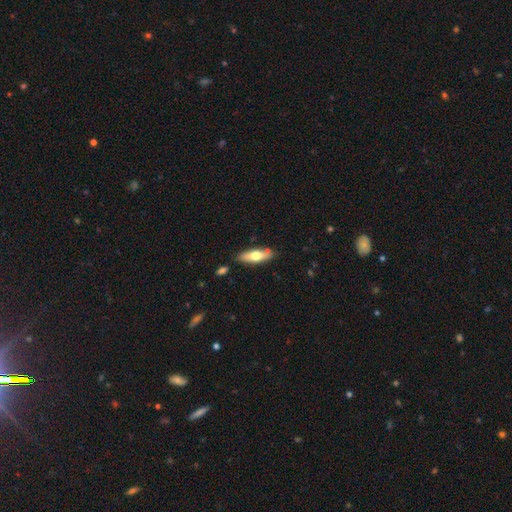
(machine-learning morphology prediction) type=smooth (61%); roundness=in between (53%); merging=none (81%).